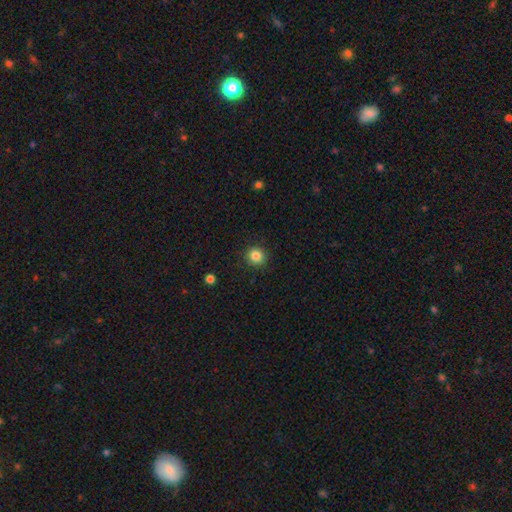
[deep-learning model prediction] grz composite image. It shows a smooth galaxy with no disk features (84%) that is round (90%). Merging: none (91%).